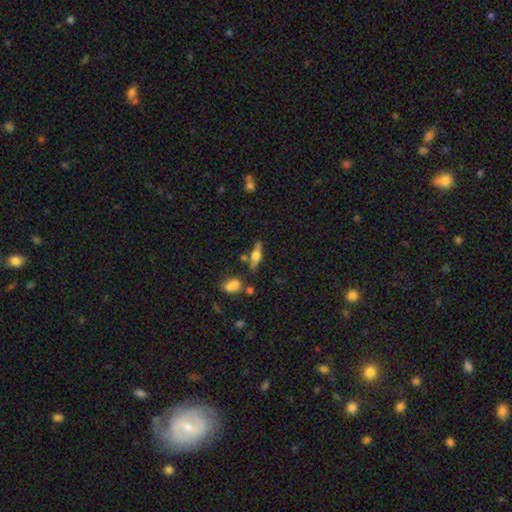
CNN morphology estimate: This appears to be a featured or disk galaxy (57%) viewed edge-on (92%) with a rounded central bulge (93%). Merging: none (75%).